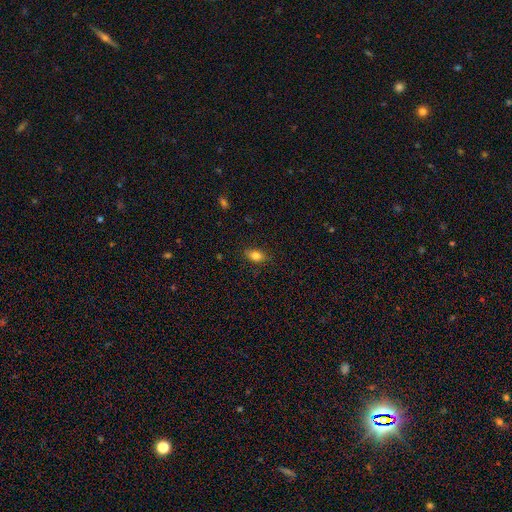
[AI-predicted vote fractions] Smooth or featured? smooth (83%)
How rounded? in between (81%)
Merging? none (84%)